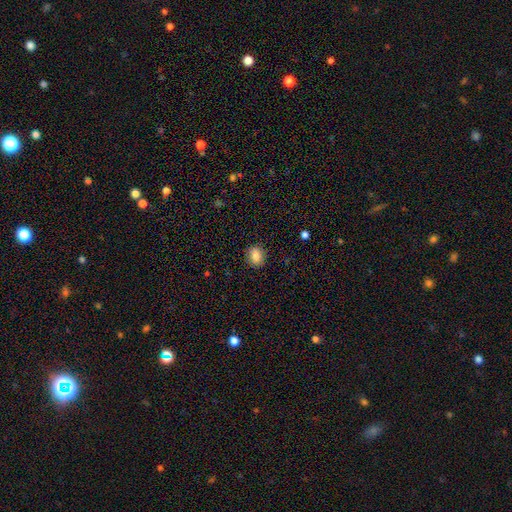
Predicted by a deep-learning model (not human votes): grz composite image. It shows a smooth galaxy with no disk features (85%) that is round (50%). Merging: none (88%).